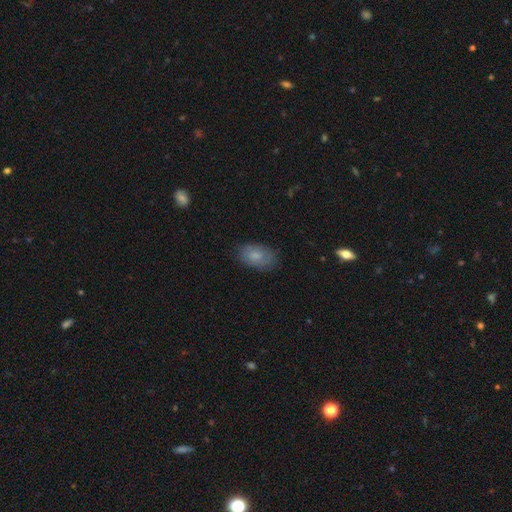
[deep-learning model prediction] Q: Smooth or featured?
A: smooth (78%); runner-up: featured or disk (15%)
Q: How rounded?
A: in between (91%); runner-up: round (8%)
Q: Merging?
A: none (80%); runner-up: minor disturbance (15%)